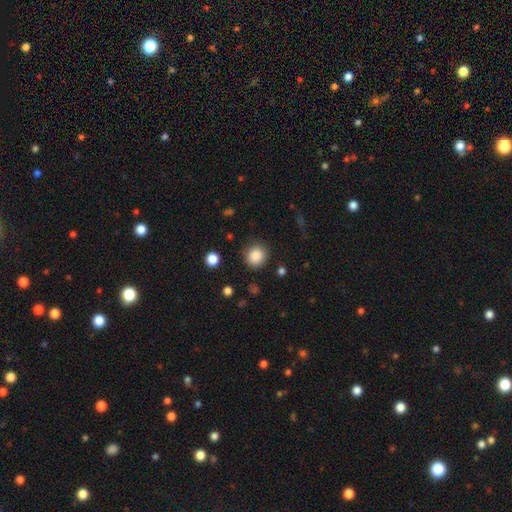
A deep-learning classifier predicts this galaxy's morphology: A smooth galaxy with no disk features (86%) that is round (87%).

Vote fractions:
- Smooth or featured? smooth: 86% / star or artifact: 10% / featured or disk: 4%
- How rounded? round: 87% / in between: 12% / cigar-shaped: 1%
- Merging? none: 86% / minor disturbance: 9% / major disturbance: 3% / merger: 2%